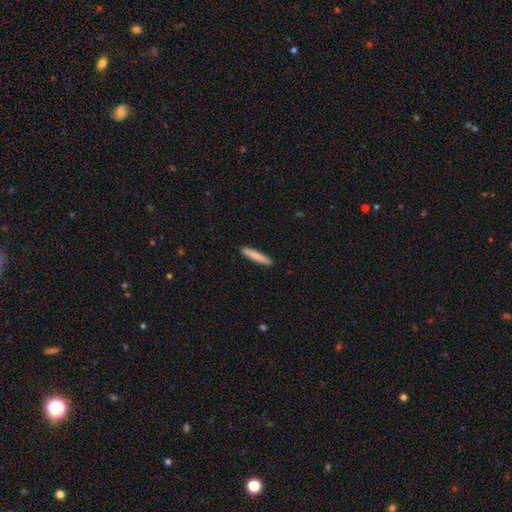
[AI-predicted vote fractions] This is clearly a smooth galaxy (82%). How rounded: clearly cigar-shaped (93%). Merging: clearly none (92%).